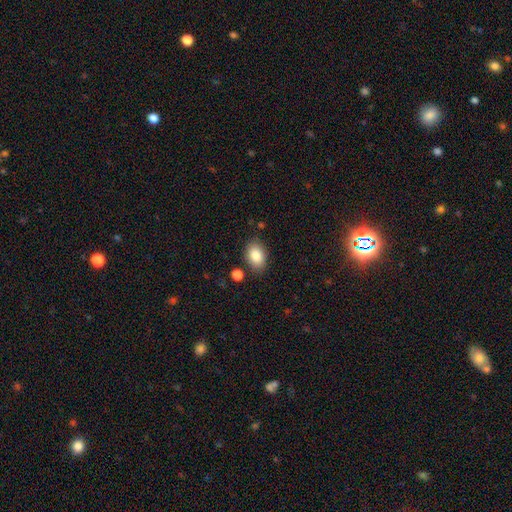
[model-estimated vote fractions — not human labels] smooth 85%, star or artifact 7%, featured or disk 7%. Down the decision tree: how rounded — in between (85%); merging — none (80%).